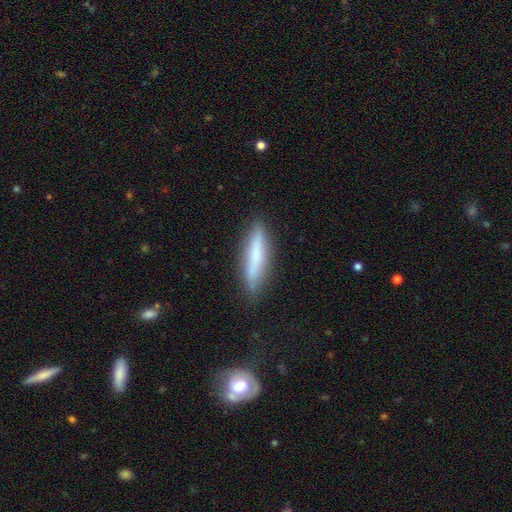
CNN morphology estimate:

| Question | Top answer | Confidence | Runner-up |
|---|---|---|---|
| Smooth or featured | smooth | 63% | featured or disk (30%) |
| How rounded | cigar-shaped | 83% | in between (15%) |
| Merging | none | 83% | minor disturbance (13%) |